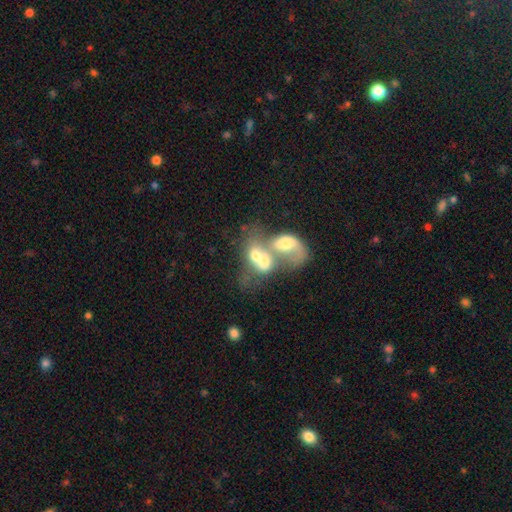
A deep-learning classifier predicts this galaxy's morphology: type=smooth (49%); merging=merger (79%).